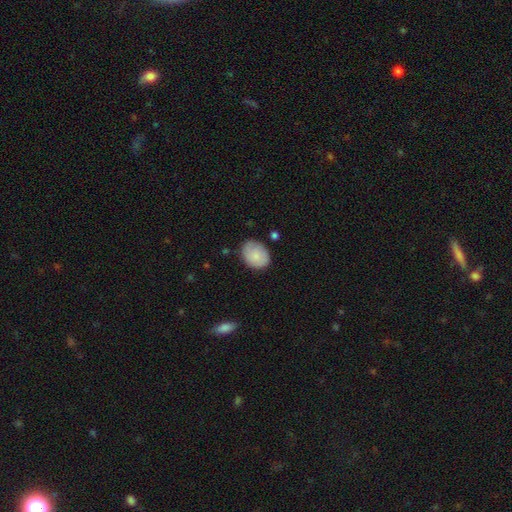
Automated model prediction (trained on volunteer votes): Overall: smooth (84%). How rounded: in between (63%; round 36%). Merging: none (76%).